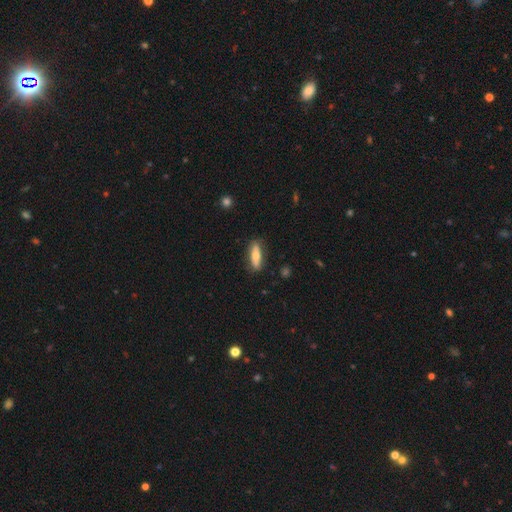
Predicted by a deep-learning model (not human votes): This appears to be a smooth galaxy with no disk features (58%) that is cigar-shaped (50%). Merging: none (83%).